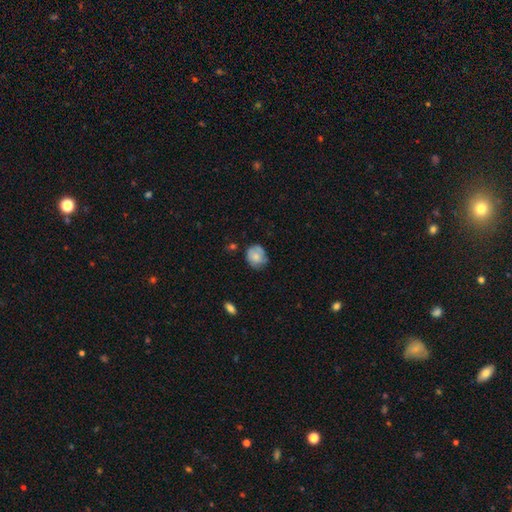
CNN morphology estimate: type=smooth (67%); roundness=round (71%); merging=none (62%).